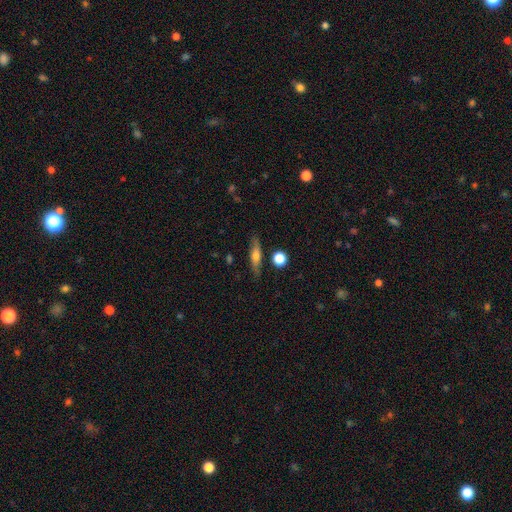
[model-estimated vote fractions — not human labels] A smooth galaxy with no disk features (53%) that is cigar-shaped (67%).

Vote fractions:
- Smooth or featured? smooth: 53% / featured or disk: 39% / star or artifact: 8%
- How rounded? cigar-shaped: 67% / in between: 27% / round: 6%
- Merging? none: 82% / minor disturbance: 12% / major disturbance: 3% / merger: 3%